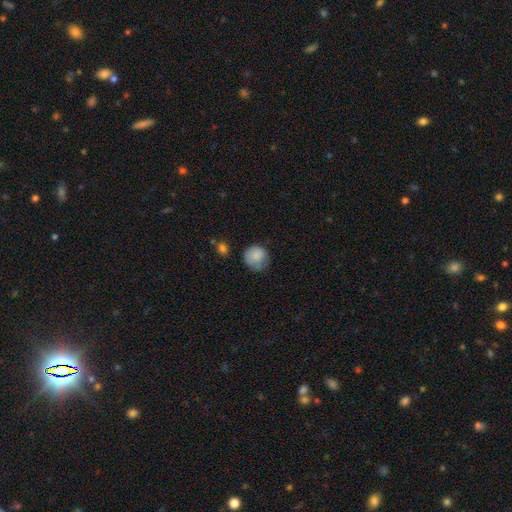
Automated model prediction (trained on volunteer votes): Q: Smooth or featured?
A: smooth (83%); runner-up: featured or disk (9%)
Q: How rounded?
A: round (86%); runner-up: in between (13%)
Q: Merging?
A: none (57%); runner-up: minor disturbance (31%)